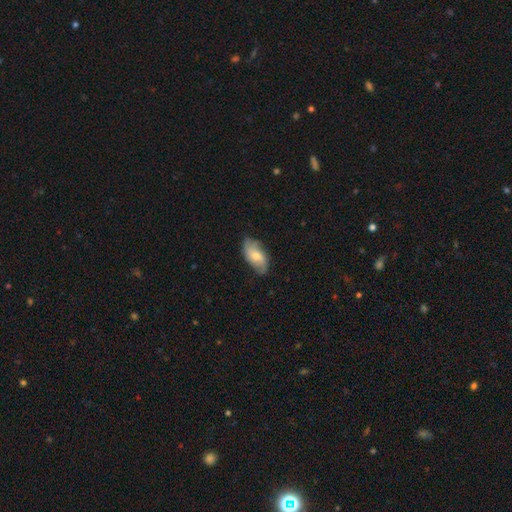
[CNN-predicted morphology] Smooth or featured?
  - smooth: 59% *
  - featured or disk: 35%
  - star or artifact: 6%
How rounded?
  - in between: 92% *
  - cigar-shaped: 4%
  - round: 4%
Merging?
  - none: 72% *
  - minor disturbance: 22%
  - major disturbance: 4%
  - merger: 1%